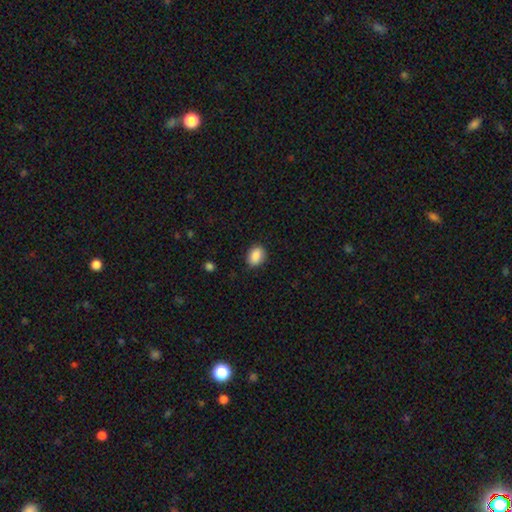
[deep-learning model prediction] Q: Smooth or featured?
A: smooth (88%); runner-up: star or artifact (7%)
Q: How rounded?
A: in between (73%); runner-up: round (26%)
Q: Merging?
A: none (84%); runner-up: minor disturbance (12%)